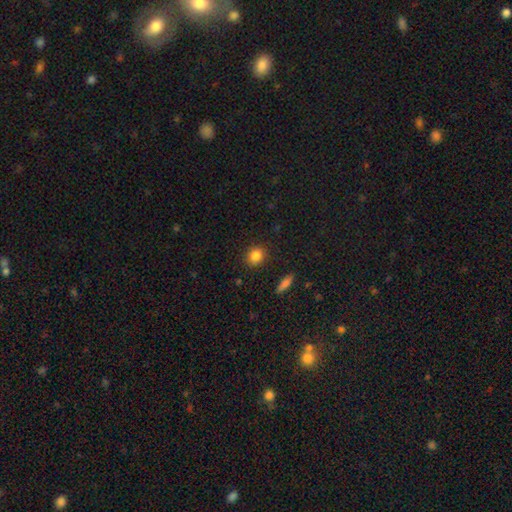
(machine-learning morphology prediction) A smooth galaxy with no disk features (85%) that is round (65%). Merging: none (88%).